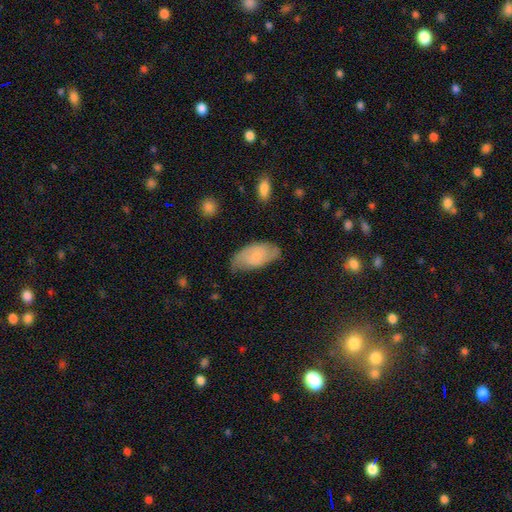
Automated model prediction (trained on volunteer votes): smooth 59%, featured or disk 34%, star or artifact 7%. Down the decision tree: how rounded — in between (93%); merging — none (63%).